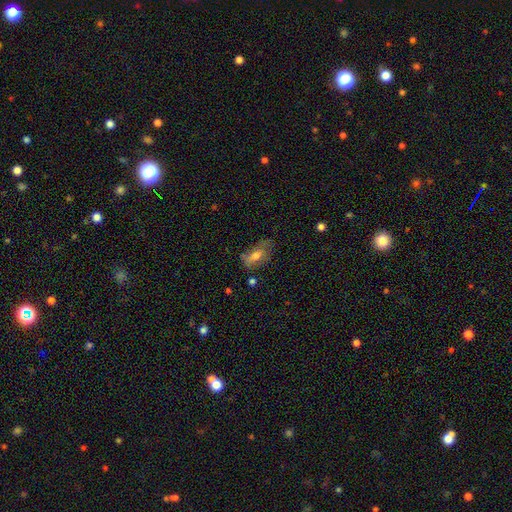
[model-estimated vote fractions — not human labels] smooth 61%, featured or disk 30%, star or artifact 9%. Down the decision tree: how rounded — in between (86%); merging — none (47%).